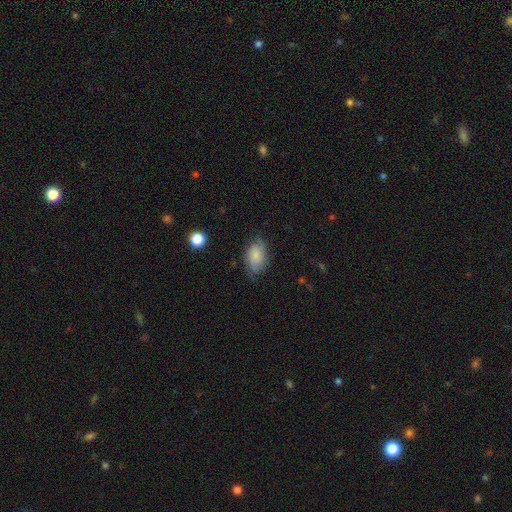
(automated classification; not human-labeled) smooth 58%, featured or disk 33%, star or artifact 8%. Down the decision tree: how rounded — in between (88%); merging — none (65%).